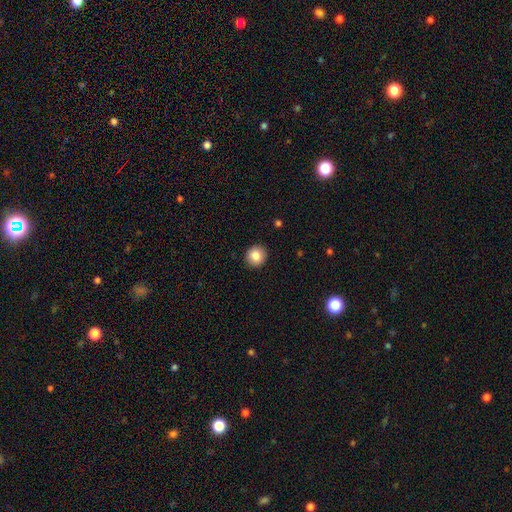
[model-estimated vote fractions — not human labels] A smooth galaxy with no disk features (85%) that is round (91%).

Vote fractions:
- Smooth or featured? smooth: 85% / star or artifact: 9% / featured or disk: 6%
- How rounded? round: 91% / in between: 8% / cigar-shaped: 1%
- Merging? none: 92% / minor disturbance: 6% / major disturbance: 2% / merger: 1%